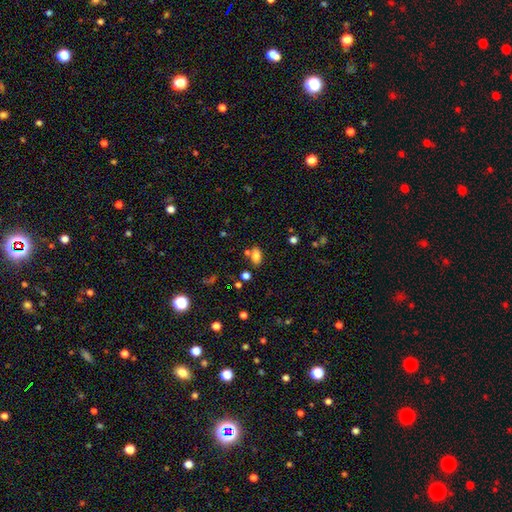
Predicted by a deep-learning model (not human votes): This appears to be a smooth galaxy with no disk features (80%) that is in between round and cigar-shaped (88%). Merging: none (70%).